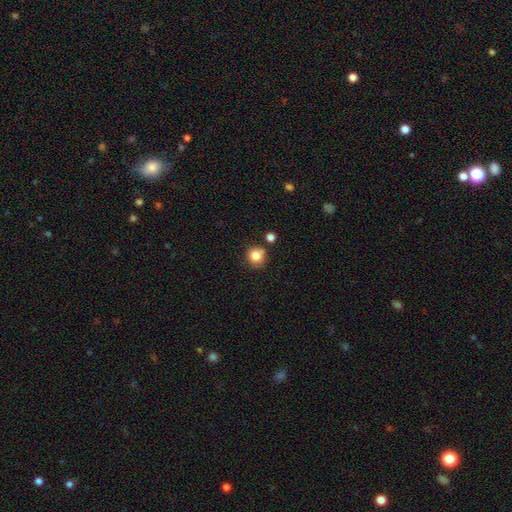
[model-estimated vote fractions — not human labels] smooth 83%, star or artifact 11%, featured or disk 7%. Down the decision tree: how rounded — round (90%); merging — none (75%).